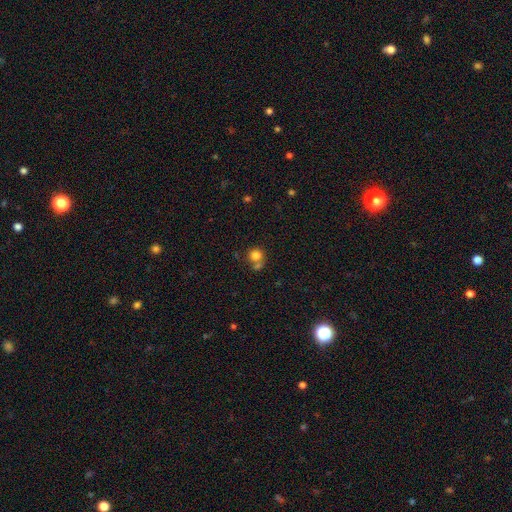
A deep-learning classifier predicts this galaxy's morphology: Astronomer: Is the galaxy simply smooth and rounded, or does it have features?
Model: smooth — 80%.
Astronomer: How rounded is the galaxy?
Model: round — 88%.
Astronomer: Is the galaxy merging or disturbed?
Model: none — 50% (runner-up: merger, 35%).